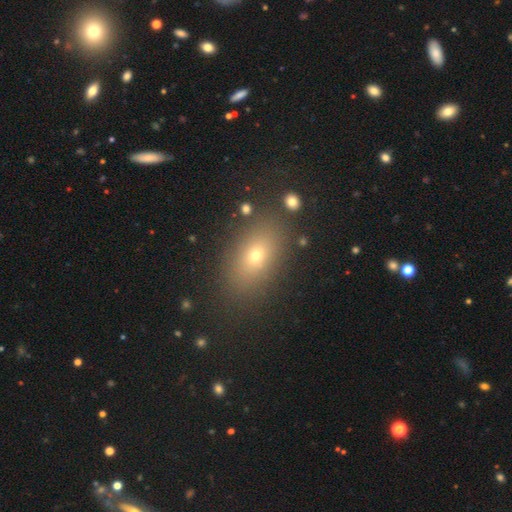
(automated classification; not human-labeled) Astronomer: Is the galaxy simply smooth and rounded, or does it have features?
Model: smooth — 69%.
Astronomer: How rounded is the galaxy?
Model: in between — 80%.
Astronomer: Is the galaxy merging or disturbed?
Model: none — 83%.